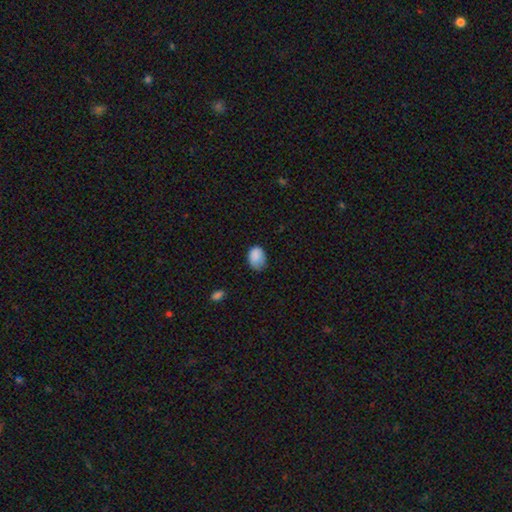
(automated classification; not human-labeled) Smooth or featured: smooth — 86% (star or artifact — 8%)
How rounded: in between — 71% (round — 28%)
Merging: none — 59% (minor disturbance — 32%)